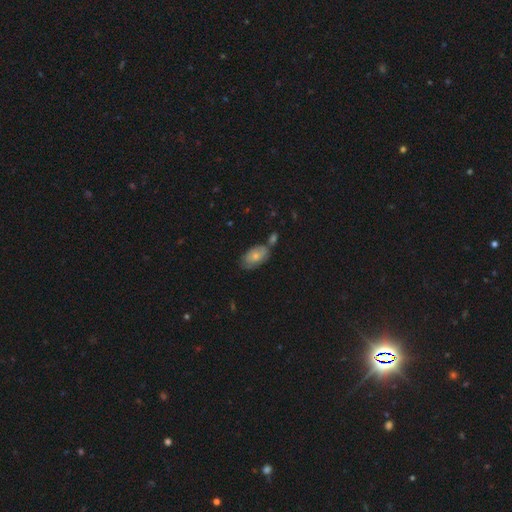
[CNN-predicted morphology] This is likely a smooth galaxy (62%). How rounded: clearly in between (92%). Merging: possibly none (52%).